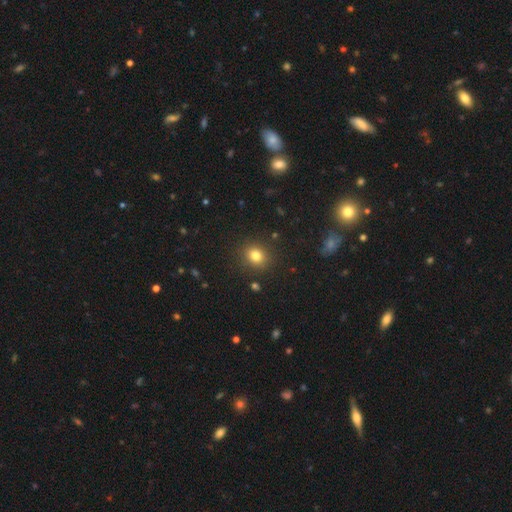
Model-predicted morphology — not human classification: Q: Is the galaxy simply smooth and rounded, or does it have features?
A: smooth — 80%.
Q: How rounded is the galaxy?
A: round — 73%.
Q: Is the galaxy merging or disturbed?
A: none — 88%.